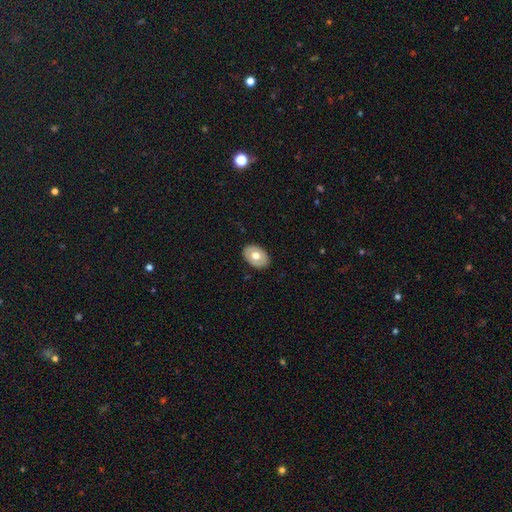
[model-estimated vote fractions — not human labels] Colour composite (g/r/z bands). It shows a smooth galaxy with no disk features (56%) that is in between round and cigar-shaped (78%). Merging: none (87%).